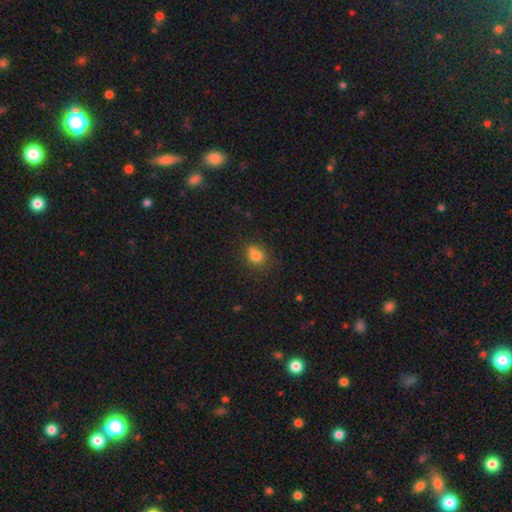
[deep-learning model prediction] This appears to be a smooth galaxy with no disk features (77%) that is round (62%). Merging: none (55%).